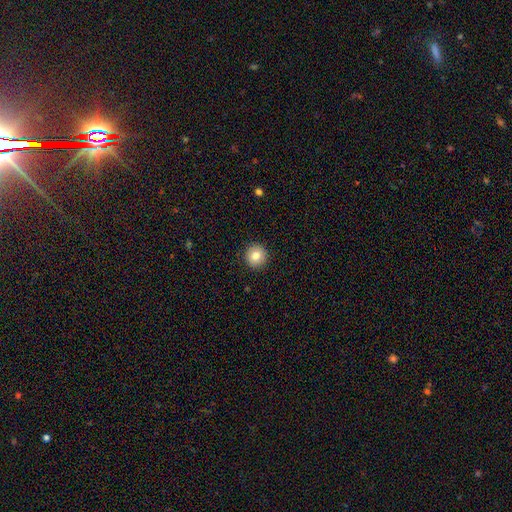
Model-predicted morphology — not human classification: smooth_or_featured: smooth (p=0.80) [alt: featured or disk p=0.11]
how_rounded: round (p=0.95) [alt: in between p=0.04]
merging: none (p=0.93) [alt: minor disturbance p=0.05]